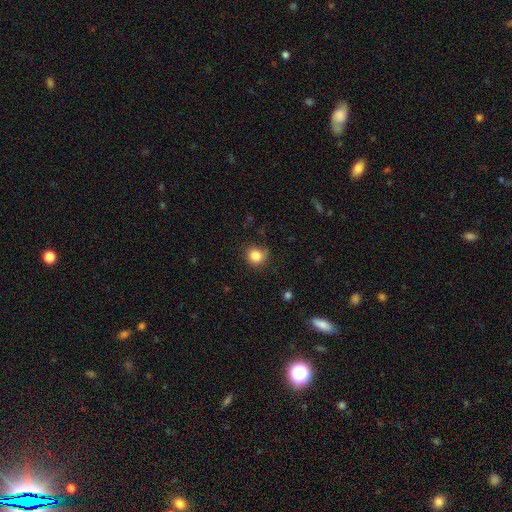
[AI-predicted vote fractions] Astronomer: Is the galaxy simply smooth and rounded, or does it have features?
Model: smooth — 84%.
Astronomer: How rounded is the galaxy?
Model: round — 83%.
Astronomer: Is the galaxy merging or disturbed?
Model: none — 77%.